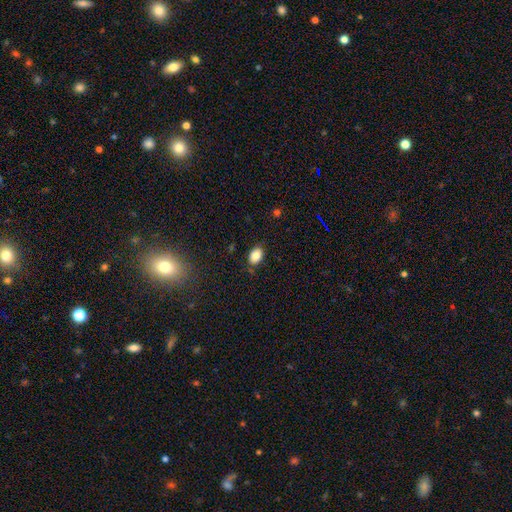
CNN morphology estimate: Q: Smooth or featured?
A: smooth (84%); runner-up: star or artifact (9%)
Q: How rounded?
A: in between (81%); runner-up: round (18%)
Q: Merging?
A: none (80%); runner-up: minor disturbance (15%)